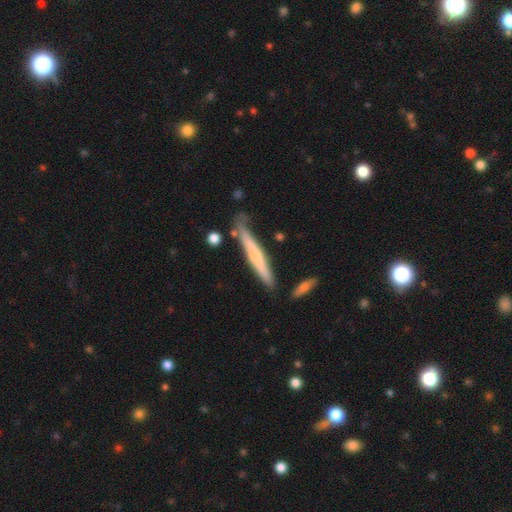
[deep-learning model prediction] The model was most divided on "smooth or featured": smooth: 48%, featured or disk: 46%, star or artifact: 6%. More confident: merging — none (71%).